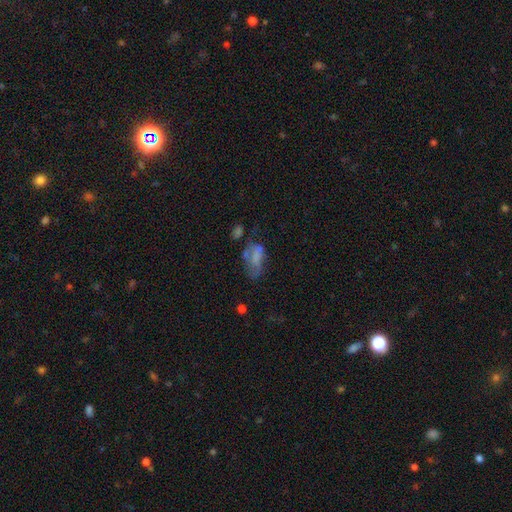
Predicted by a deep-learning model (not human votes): smooth 52%, featured or disk 34%, star or artifact 14%. Down the decision tree: how rounded — in between (87%); merging — major disturbance (33%).